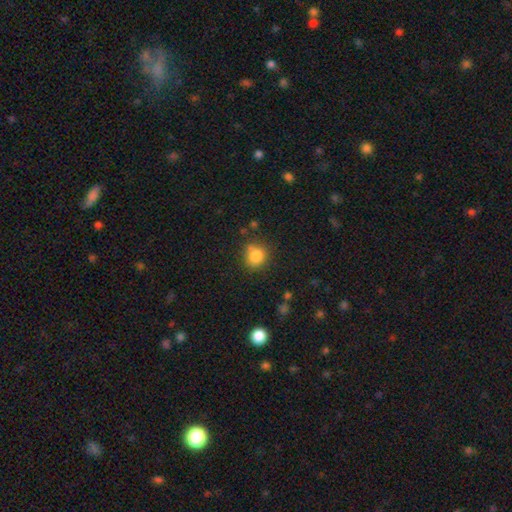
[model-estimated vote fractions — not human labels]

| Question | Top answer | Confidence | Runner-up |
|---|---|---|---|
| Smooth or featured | smooth | 83% | star or artifact (11%) |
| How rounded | round | 80% | in between (19%) |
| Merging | none | 72% | minor disturbance (16%) |